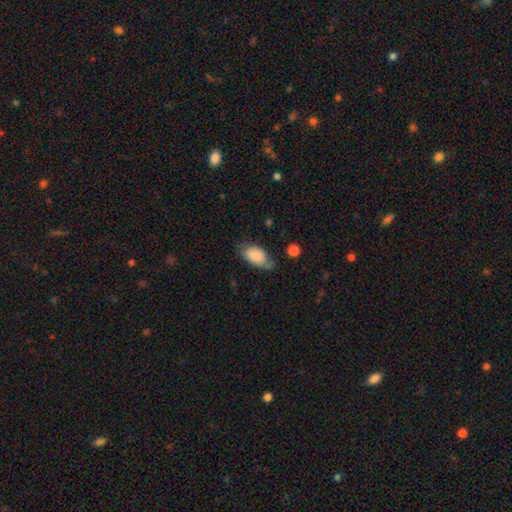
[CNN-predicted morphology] smooth_or_featured: smooth (p=0.82) [alt: featured or disk p=0.11]
how_rounded: in between (p=0.92) [alt: round p=0.05]
merging: none (p=0.52) [alt: minor disturbance p=0.34]